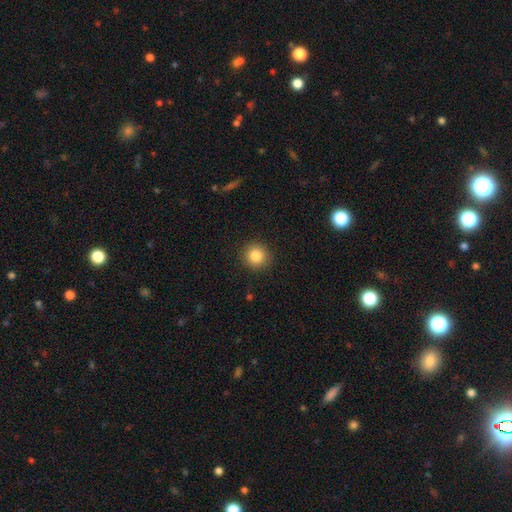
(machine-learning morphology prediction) This is clearly a smooth galaxy (85%). How rounded: clearly round (92%). Merging: clearly none (91%).